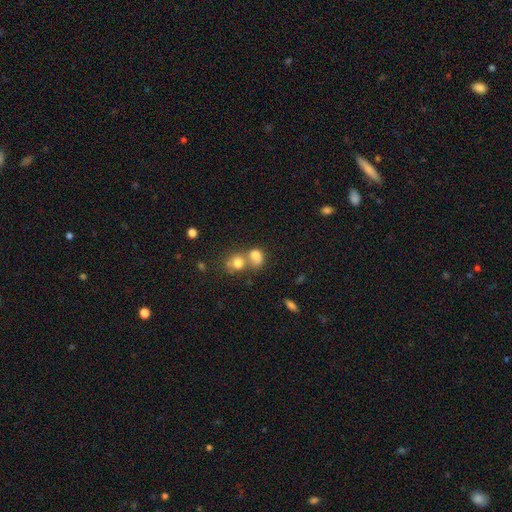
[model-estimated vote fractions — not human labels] smooth_or_featured: smooth (p=0.77) [alt: star or artifact p=0.12]
how_rounded: round (p=0.57) [alt: in between p=0.41]
merging: merger (p=0.56) [alt: none p=0.30]